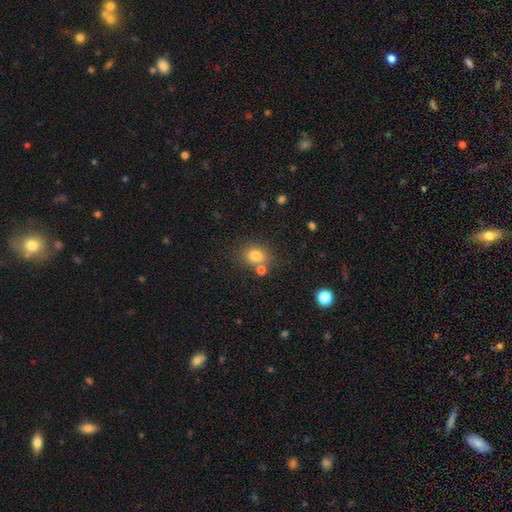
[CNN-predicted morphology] Smooth or featured? Predicted: smooth (p=0.79). How rounded? Predicted: in between (p=0.51). Merging? Predicted: none (p=0.67).